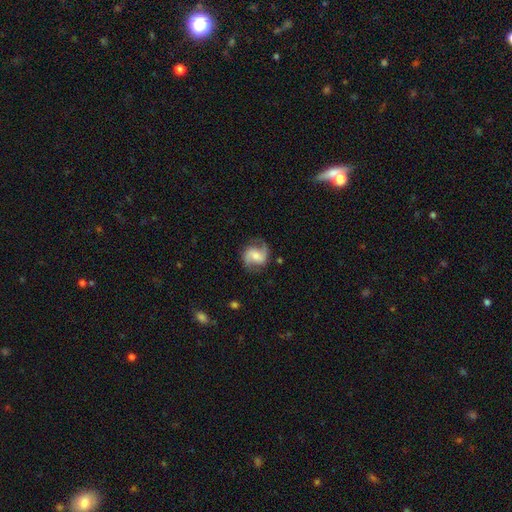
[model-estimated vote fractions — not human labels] A featured or disk galaxy (80%) with a weak bar (43%), 2 (91%) medium (47%) spiral arms (96%) and a moderate central bulge (47%). Merging: none (78%).